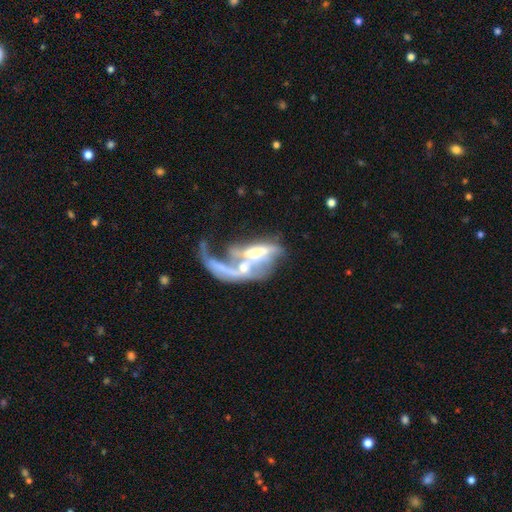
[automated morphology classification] The model was most divided on "bulge size": moderate: 43%, small: 31%, none: 14%, large: 9%, dominant: 3%. More confident: edge-on disk — no (90%); smooth or featured — featured or disk (71%); spiral arms — yes (58%); merging — merger (56%); bar — no (55%).